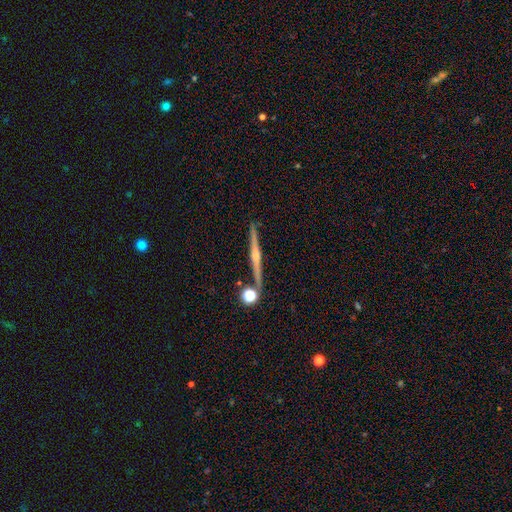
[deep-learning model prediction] Smooth or featured? Predicted: featured or disk (p=0.81). Edge-on disk? Predicted: yes (p=0.98). Edge-on bulge? Predicted: rounded (p=0.85). Merging? Predicted: none (p=0.87).